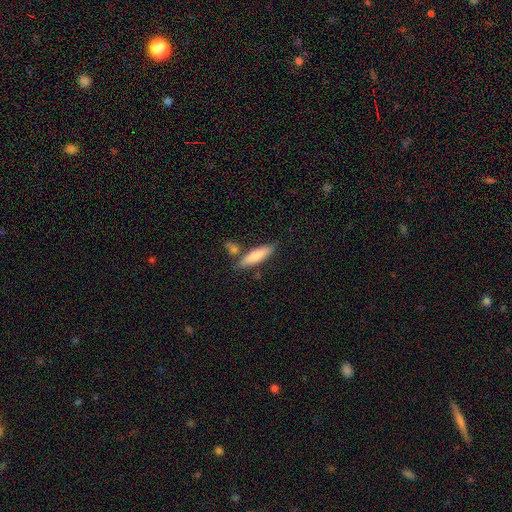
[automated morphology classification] Smooth or featured?
  - smooth: 75% *
  - featured or disk: 20%
  - star or artifact: 6%
How rounded?
  - cigar-shaped: 69% *
  - in between: 29%
  - round: 2%
Merging?
  - none: 74% *
  - minor disturbance: 12%
  - merger: 10%
  - major disturbance: 3%